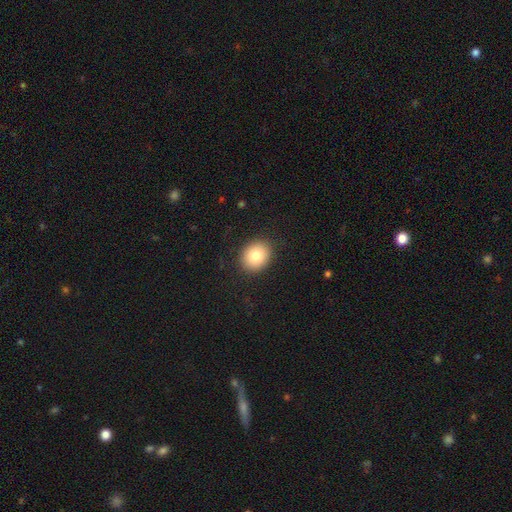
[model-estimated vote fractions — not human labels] This is clearly a smooth galaxy (83%). How rounded: likely round (61%). Merging: clearly none (88%).